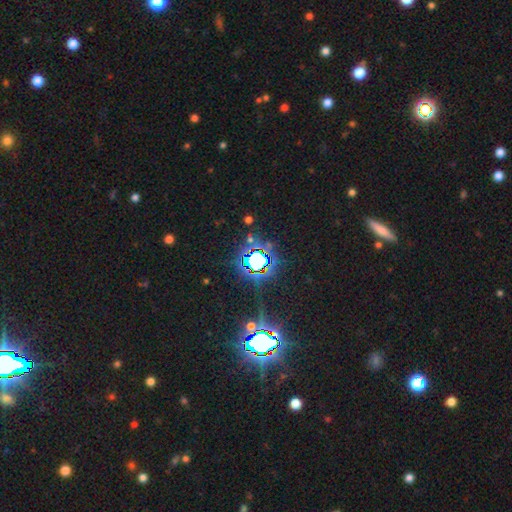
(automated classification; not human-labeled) smooth_or_featured: star or artifact (p=0.77) [alt: smooth p=0.14]